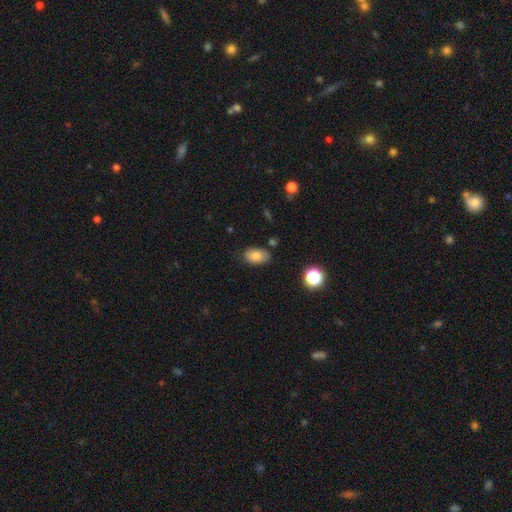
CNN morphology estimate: Q: Smooth or featured?
A: smooth (82%); runner-up: star or artifact (9%)
Q: How rounded?
A: in between (90%); runner-up: round (8%)
Q: Merging?
A: none (78%); runner-up: minor disturbance (16%)